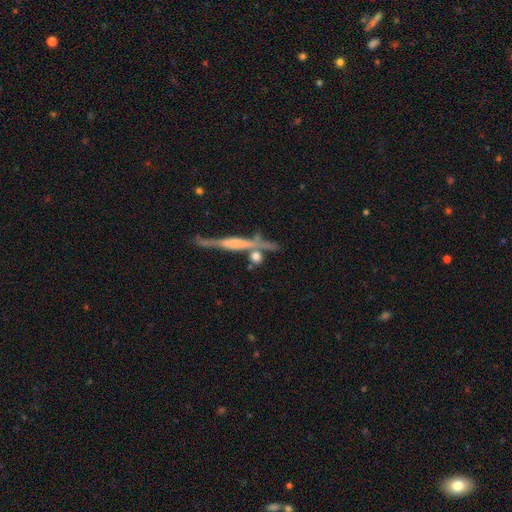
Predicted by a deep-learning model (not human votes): smooth-or-featured: smooth: 48% | featured or disk: 42% | star or artifact: 10%
  merging: none: 63% | merger: 18% | minor disturbance: 12% | major disturbance: 6%